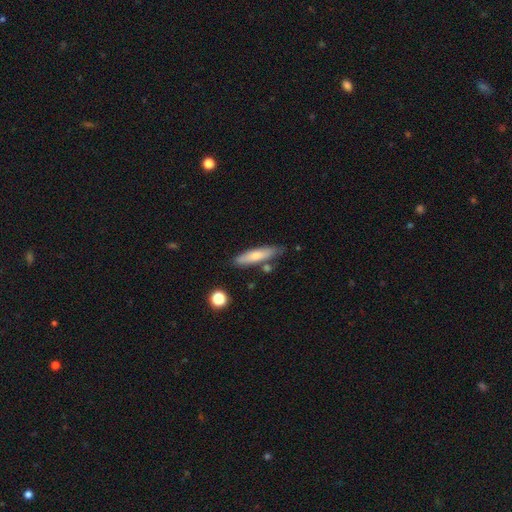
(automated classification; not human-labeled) smooth_or_featured: smooth (p=0.68) [alt: featured or disk p=0.25]
how_rounded: cigar-shaped (p=0.76) [alt: in between p=0.22]
merging: none (p=0.73) [alt: minor disturbance p=0.16]